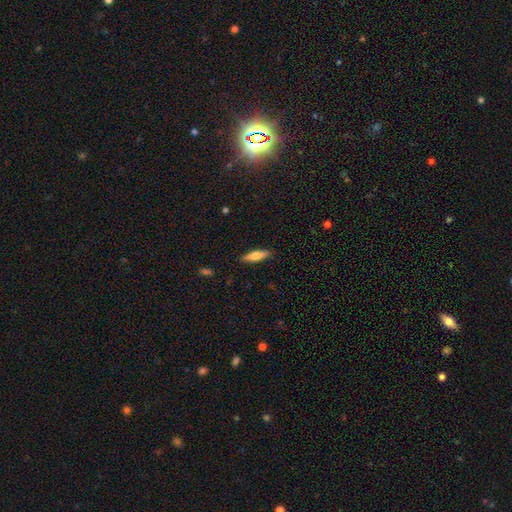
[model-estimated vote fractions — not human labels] Overall: smooth (62%; featured or disk 32%). How rounded: cigar-shaped (70%). Merging: none (89%).